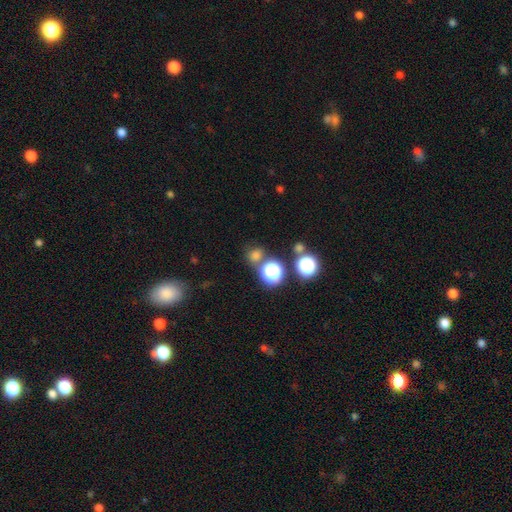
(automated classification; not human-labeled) Smooth or featured: smooth — 65% (star or artifact — 29%)
How rounded: round — 79% (in between — 19%)
Merging: none — 72% (merger — 13%)